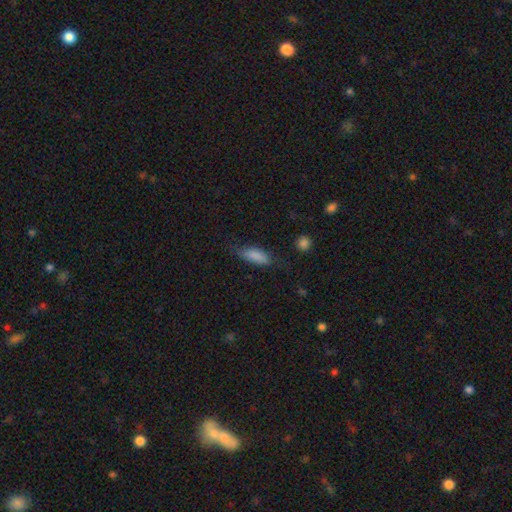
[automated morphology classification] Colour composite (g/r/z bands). It shows a smooth galaxy with no disk features (82%) that is in between round and cigar-shaped (70%). Merging: none (60%).